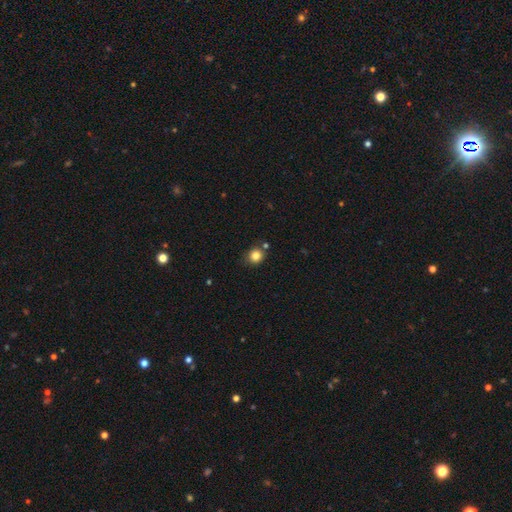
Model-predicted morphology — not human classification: The model was most divided on "merging": none: 77%, minor disturbance: 12%, merger: 8%, major disturbance: 3%. More confident: how rounded — round (84%); smooth or featured — smooth (83%).